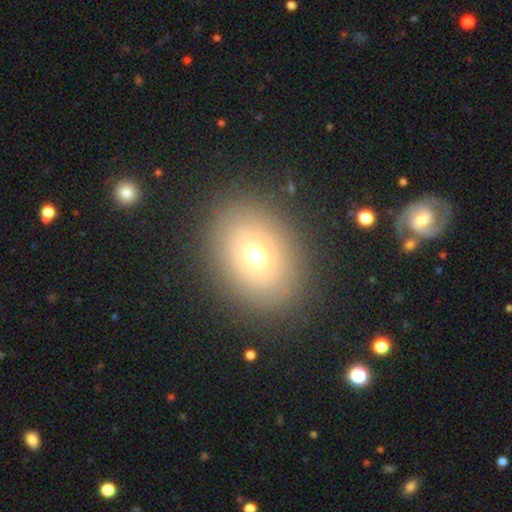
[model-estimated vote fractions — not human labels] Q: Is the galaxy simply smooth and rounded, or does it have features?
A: smooth — 68%.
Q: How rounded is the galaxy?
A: in between — 60%.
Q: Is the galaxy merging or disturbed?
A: none — 87%.